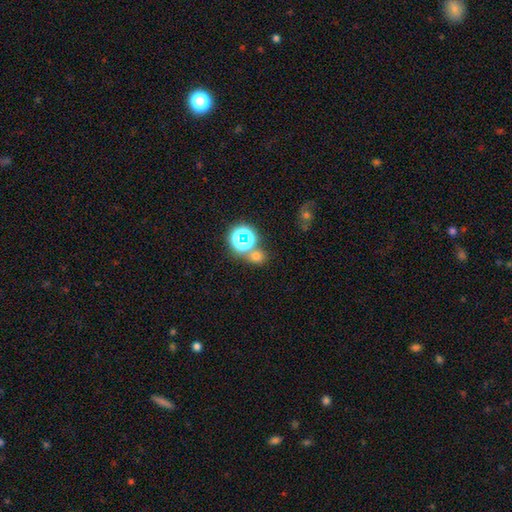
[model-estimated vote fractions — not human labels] Morphology: type=smooth (61%); roundness=round (75%); merging=none (65%).